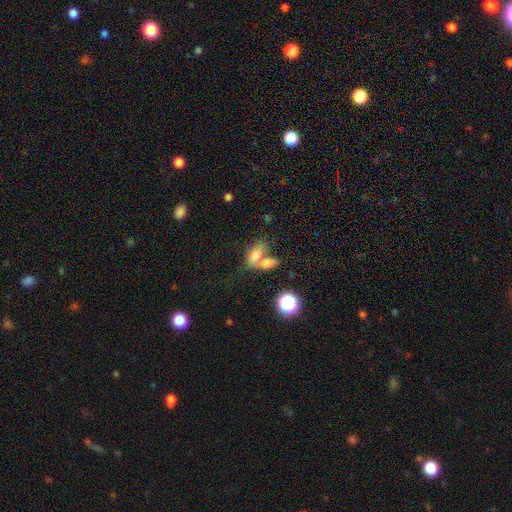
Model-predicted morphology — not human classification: This appears to be a smooth galaxy with no disk features (74%) that is in between round and cigar-shaped (85%). Merging: merger (54%).